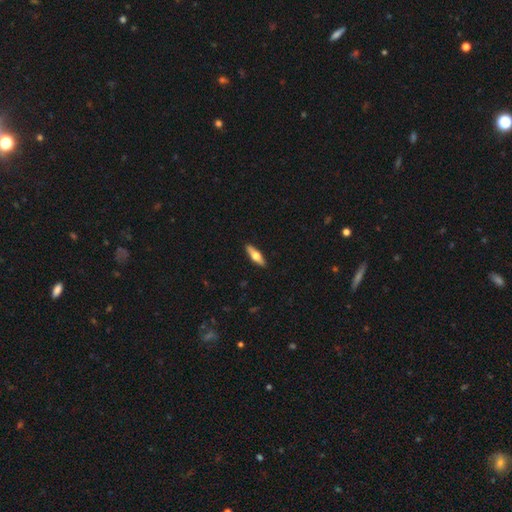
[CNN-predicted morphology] Smooth or featured? Predicted: featured or disk (p=0.51). Edge-on disk? Predicted: yes (p=0.92). Merging? Predicted: none (p=0.90).